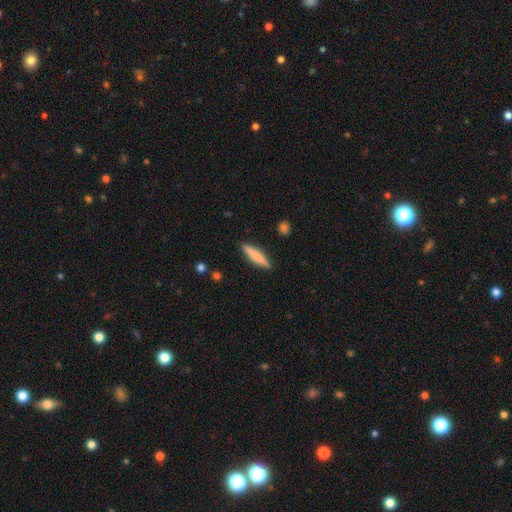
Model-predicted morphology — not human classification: Q: Smooth or featured?
A: smooth (73%); runner-up: featured or disk (21%)
Q: How rounded?
A: cigar-shaped (87%); runner-up: in between (12%)
Q: Merging?
A: none (90%); runner-up: minor disturbance (7%)